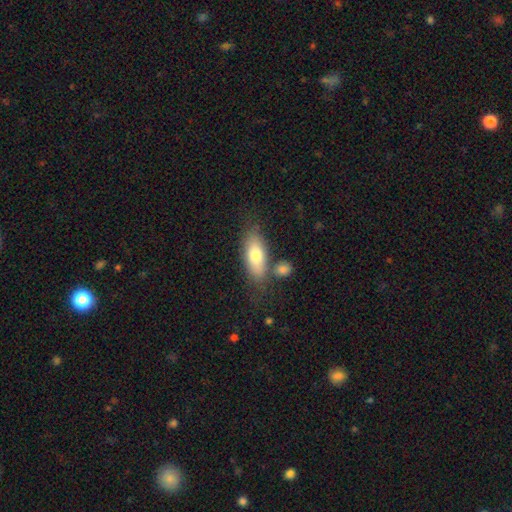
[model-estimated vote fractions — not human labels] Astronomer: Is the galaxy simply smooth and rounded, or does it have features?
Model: smooth — 74%.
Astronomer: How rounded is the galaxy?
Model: in between — 78%.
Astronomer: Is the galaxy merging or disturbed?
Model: none — 67%.